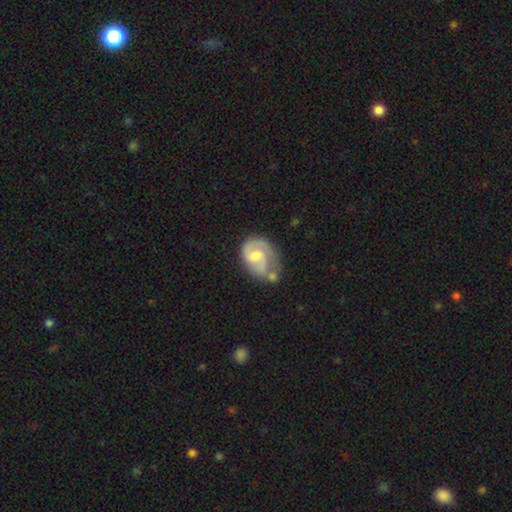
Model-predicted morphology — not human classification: A featured or disk galaxy (72%) with a weak bar (51%), 2 (64%) medium (48%) spiral arms (91%) and a moderate central bulge (53%).

Vote fractions:
- Smooth or featured? featured or disk: 72% / smooth: 23% / star or artifact: 6%
- Edge-on disk? no: 98% / yes: 2%
- Bar? weak: 51% / no: 42% / strong: 8%
- Spiral arms? yes: 91% / no: 9%
- Spiral winding? medium: 48% / tight: 31% / loose: 21%
- Spiral arm count? 2: 64% / 1: 21% / can't tell: 10% / 3: 3% / 4: 1% / more than 4: 1%
- Bulge size? moderate: 53% / small: 32% / none: 7% / large: 7% / dominant: 1%
- Merging? none: 38% / minor disturbance: 26% / merger: 20% / major disturbance: 16%